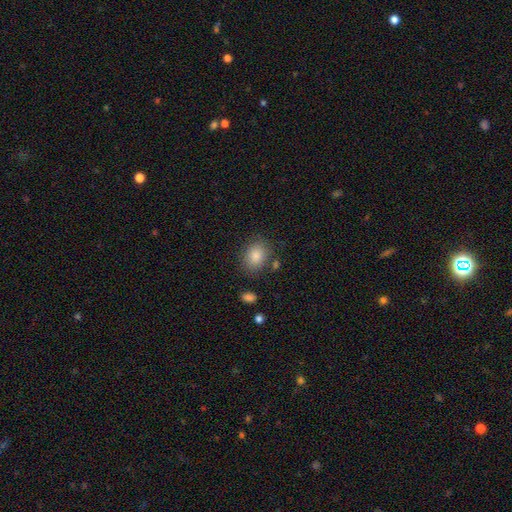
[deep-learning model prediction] Smooth or featured? smooth (83%)
How rounded? in between (53%)
Merging? none (82%)